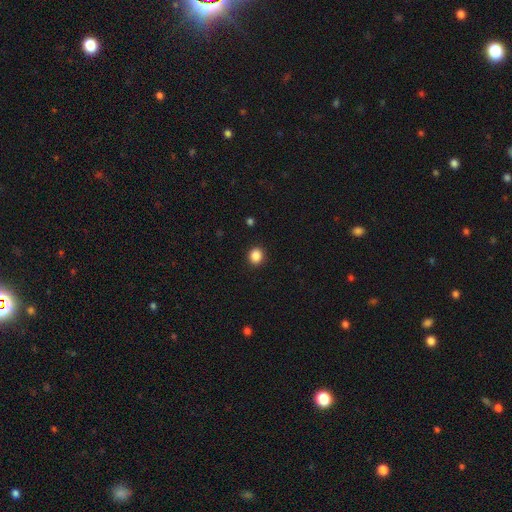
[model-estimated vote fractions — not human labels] The model was most divided on "how rounded": round: 81%, in between: 18%, cigar-shaped: 1%. More confident: merging — none (92%); smooth or featured — smooth (87%).